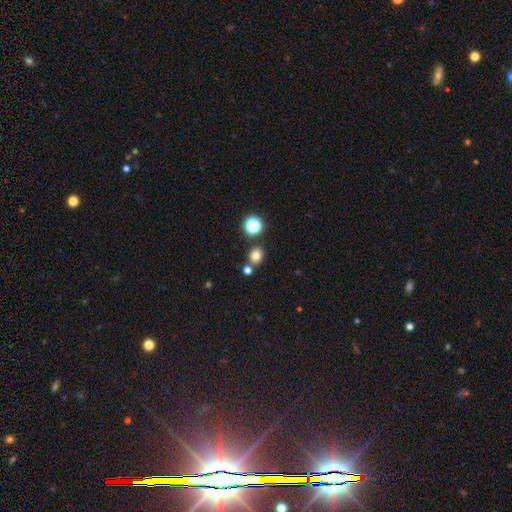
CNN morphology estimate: A smooth galaxy with no disk features (77%) that is round (69%).

Vote fractions:
- Smooth or featured? smooth: 77% / star or artifact: 17% / featured or disk: 7%
- How rounded? round: 69% / in between: 30% / cigar-shaped: 1%
- Merging? none: 73% / merger: 15% / minor disturbance: 9% / major disturbance: 3%